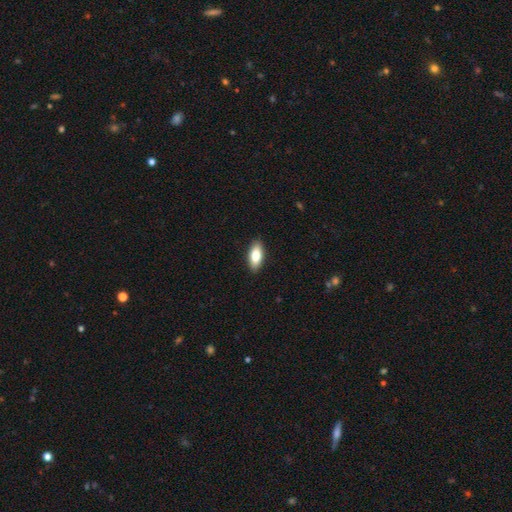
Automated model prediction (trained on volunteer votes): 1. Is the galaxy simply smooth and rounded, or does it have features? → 78% smooth, 16% featured or disk, 6% star or artifact.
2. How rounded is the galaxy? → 84% in between, 13% cigar-shaped, 3% round.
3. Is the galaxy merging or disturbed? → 90% none, 8% minor disturbance, 2% major disturbance, 1% merger.